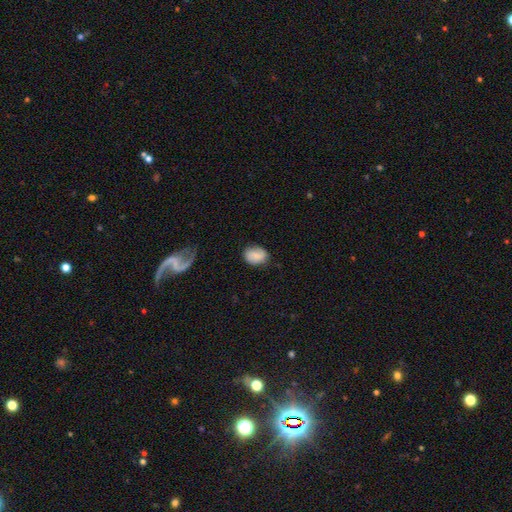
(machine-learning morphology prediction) The model was most divided on "how rounded": in between: 70%, round: 29%, cigar-shaped: 1%. More confident: smooth or featured — smooth (78%); merging — none (77%).